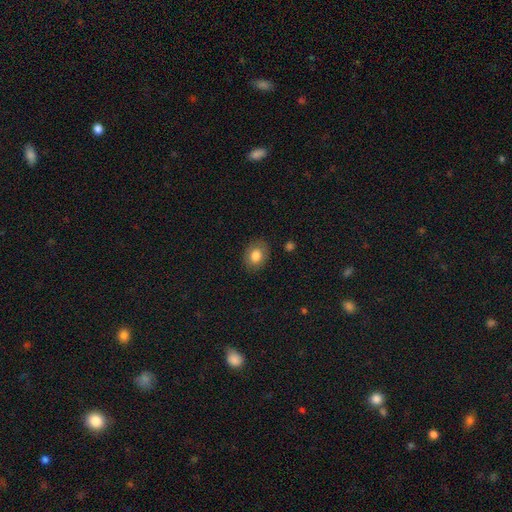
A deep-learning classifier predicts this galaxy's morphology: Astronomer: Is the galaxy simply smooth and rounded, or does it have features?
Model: smooth — 81%.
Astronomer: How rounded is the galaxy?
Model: in between — 60% (runner-up: round, 39%).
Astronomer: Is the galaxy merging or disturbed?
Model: none — 85%.